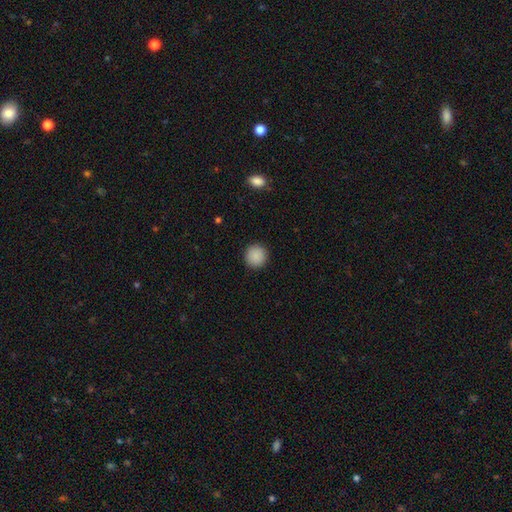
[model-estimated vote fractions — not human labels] smooth 89%, star or artifact 8%, featured or disk 3%. Down the decision tree: how rounded — round (94%); merging — none (92%).